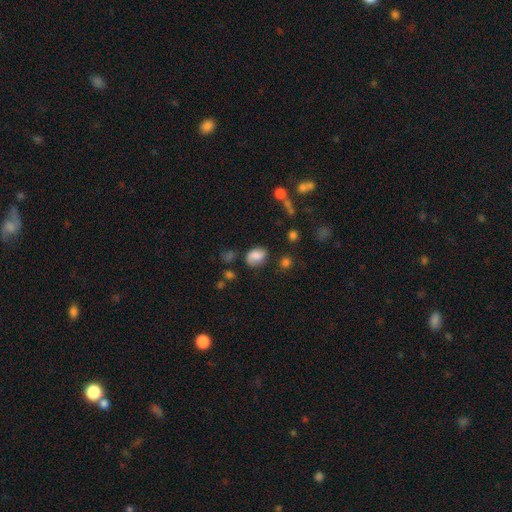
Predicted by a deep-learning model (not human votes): Q: Smooth or featured?
A: smooth (71%); runner-up: featured or disk (18%)
Q: How rounded?
A: in between (67%); runner-up: round (32%)
Q: Merging?
A: none (61%); runner-up: minor disturbance (25%)